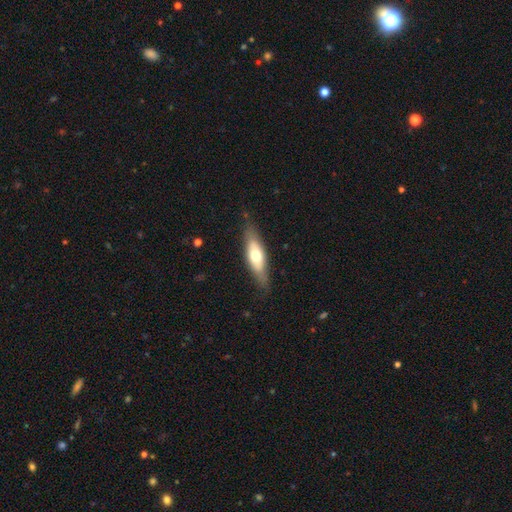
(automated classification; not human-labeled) A smooth galaxy with no disk features (52%) that is in between round and cigar-shaped (52%). Merging: none (78%).